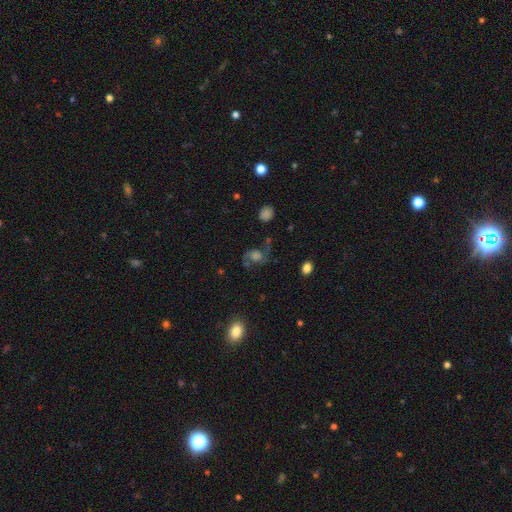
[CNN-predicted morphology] smooth_or_featured: featured or disk (p=0.74) [alt: smooth p=0.15]
disk_edge_on: no (p=0.97) [alt: yes p=0.03]
bar: no (p=0.62) [alt: weak p=0.31]
has_spiral_arms: yes (p=0.94) [alt: no p=0.06]
spiral_winding: medium (p=0.46) [alt: loose p=0.45]
spiral_arm_count: 2 (p=0.92) [alt: can't tell p=0.03]
bulge_size: large (p=0.37) [alt: moderate p=0.30]
merging: none (p=0.69) [alt: minor disturbance p=0.16]